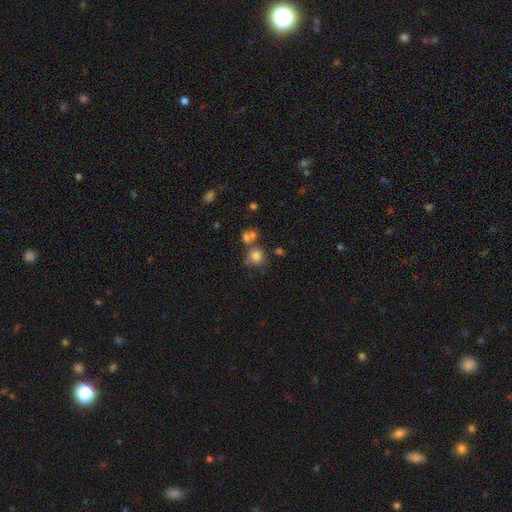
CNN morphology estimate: smooth 77%, star or artifact 13%, featured or disk 10%. Down the decision tree: how rounded — round (85%); merging — none (55%).